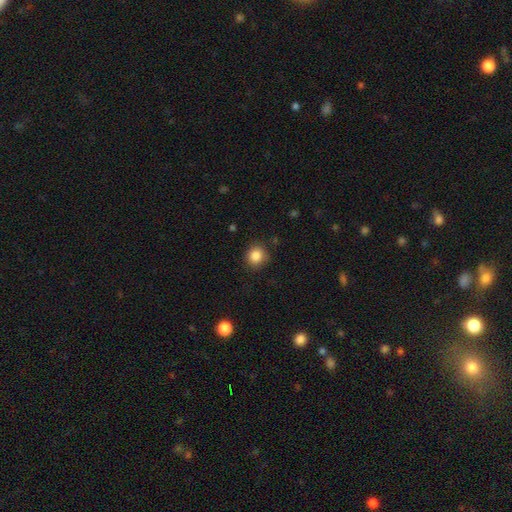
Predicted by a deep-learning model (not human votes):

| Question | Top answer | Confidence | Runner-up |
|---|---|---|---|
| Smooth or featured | smooth | 86% | star or artifact (10%) |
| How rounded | round | 88% | in between (11%) |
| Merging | none | 85% | minor disturbance (11%) |